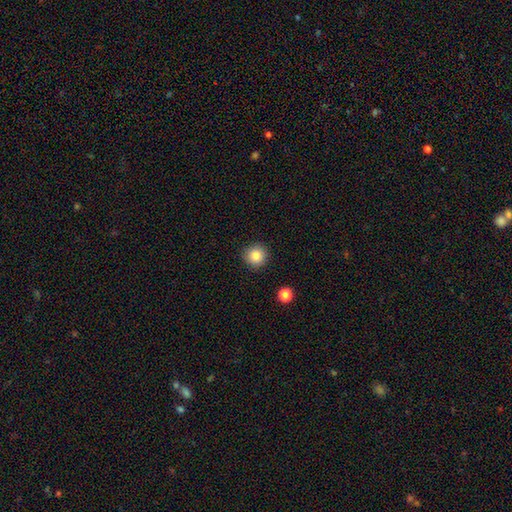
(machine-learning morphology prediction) type=smooth (85%); roundness=round (94%); merging=none (91%).